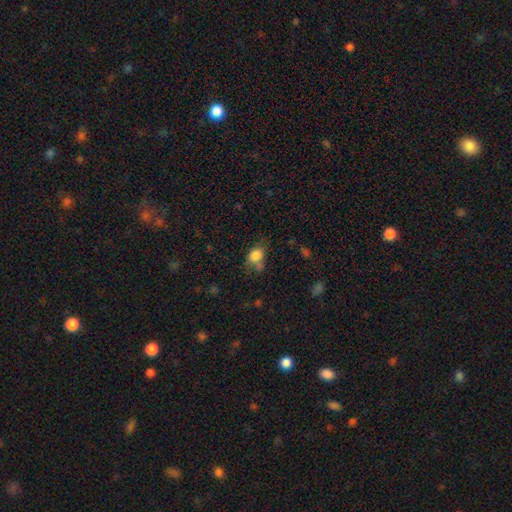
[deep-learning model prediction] Smooth or featured?
  - smooth: 81% *
  - star or artifact: 10%
  - featured or disk: 9%
How rounded?
  - in between: 63% *
  - round: 36%
  - cigar-shaped: 1%
Merging?
  - none: 48% *
  - minor disturbance: 27%
  - merger: 14%
  - major disturbance: 11%